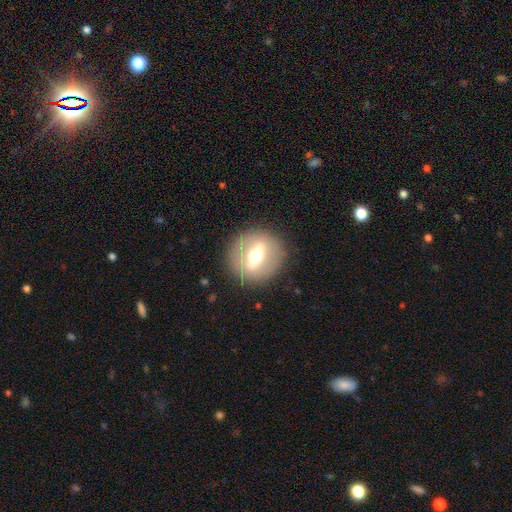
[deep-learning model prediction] Smooth or featured? featured or disk (56%)
Edge-on disk? no (69%)
Merging? none (87%)